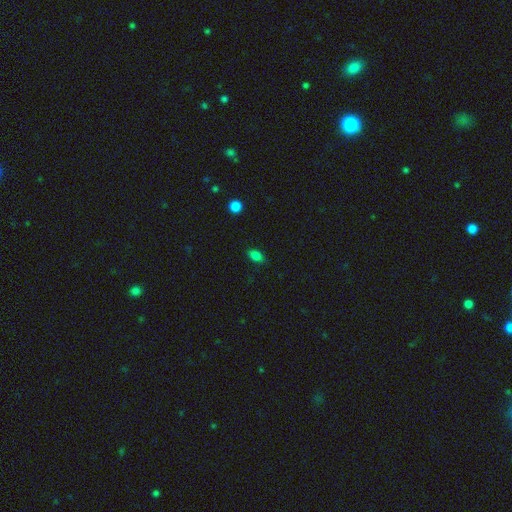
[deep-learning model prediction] Q: Smooth or featured?
A: smooth (82%); runner-up: star or artifact (12%)
Q: How rounded?
A: in between (86%); runner-up: round (11%)
Q: Merging?
A: none (84%); runner-up: minor disturbance (12%)